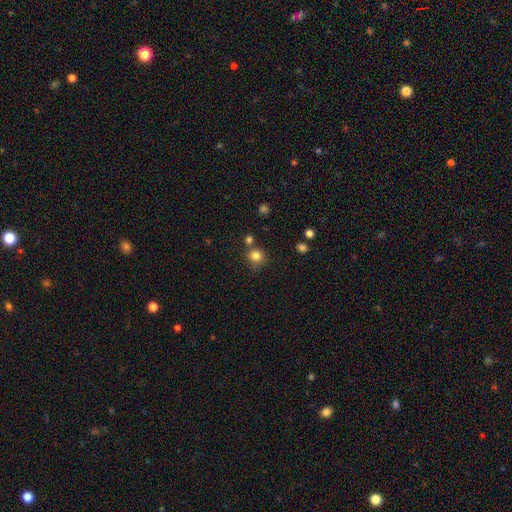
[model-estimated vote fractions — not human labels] Smooth or featured?
  - smooth: 82% *
  - star or artifact: 13%
  - featured or disk: 6%
How rounded?
  - round: 88% *
  - in between: 12%
  - cigar-shaped: 1%
Merging?
  - none: 70% *
  - merger: 13%
  - minor disturbance: 13%
  - major disturbance: 4%